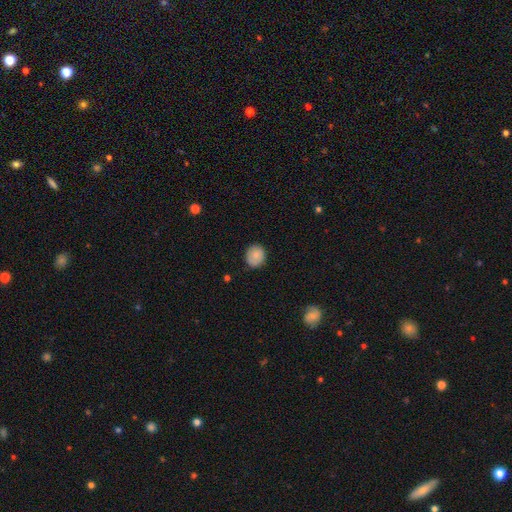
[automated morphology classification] Q: Smooth or featured?
A: smooth (82%); runner-up: featured or disk (10%)
Q: How rounded?
A: round (82%); runner-up: in between (17%)
Q: Merging?
A: none (84%); runner-up: minor disturbance (13%)